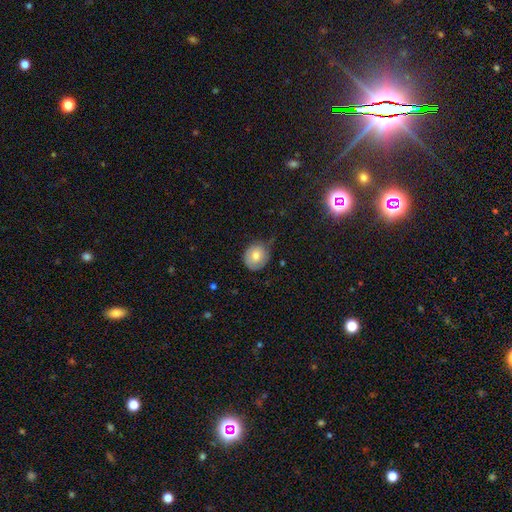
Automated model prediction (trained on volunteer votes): Overall: smooth (75%). How rounded: round (78%). Merging: none (58%; minor disturbance 32%).